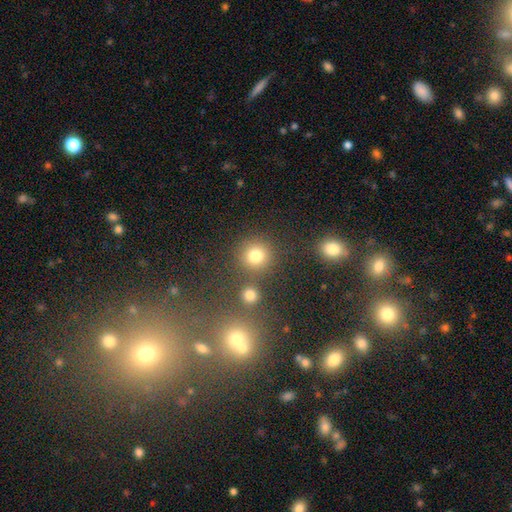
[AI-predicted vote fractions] smooth-or-featured: smooth: 77% | star or artifact: 17% | featured or disk: 7%
  how-rounded: round: 92% | in between: 7% | cigar-shaped: 1%
  merging: none: 78% | merger: 11% | minor disturbance: 8% | major disturbance: 4%